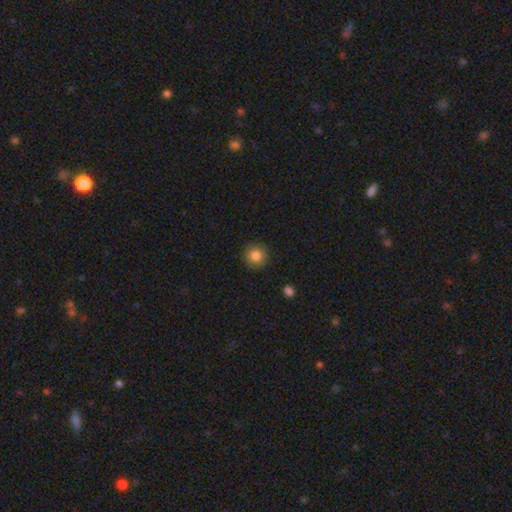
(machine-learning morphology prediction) smooth 84%, star or artifact 10%, featured or disk 6%. Down the decision tree: how rounded — round (94%); merging — none (91%).